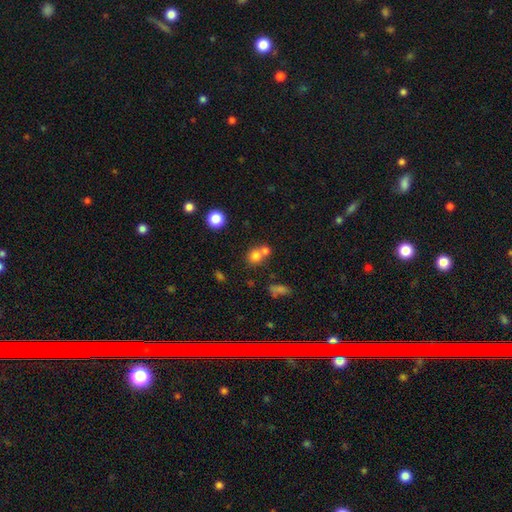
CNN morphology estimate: This appears to be a smooth galaxy with no disk features (75%) that is round (81%). Merging: merger (46%).